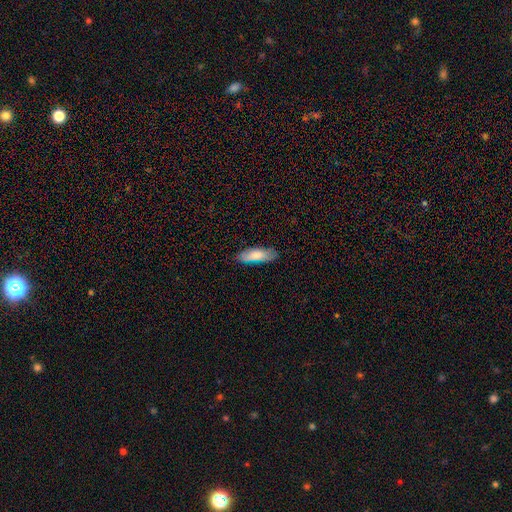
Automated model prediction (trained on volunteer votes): A smooth galaxy with no disk features (80%) that is in between round and cigar-shaped (60%).

Vote fractions:
- Smooth or featured? smooth: 80% / featured or disk: 14% / star or artifact: 6%
- How rounded? in between: 60% / cigar-shaped: 39% / round: 2%
- Merging? none: 78% / minor disturbance: 17% / major disturbance: 4% / merger: 1%